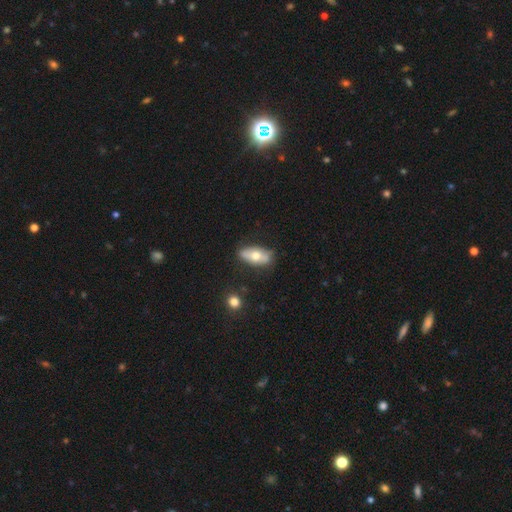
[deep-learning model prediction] Overall: smooth (57%; featured or disk 36%). How rounded: in between (82%). Merging: none (75%).